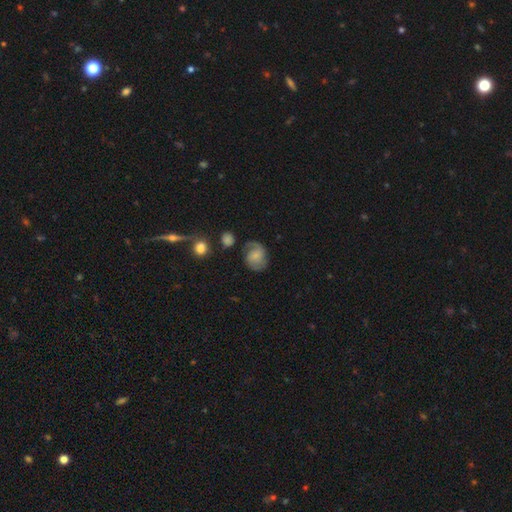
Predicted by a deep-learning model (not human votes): Overall: featured or disk (60%; smooth 31%). Edge-on disk: no (98%). Bar: no (55%; weak 37%). Spiral arms: yes (91%). Spiral arm count: 2 (69%). Spiral winding: medium (47%; tight 29%). Bulge size: small (58%; moderate 22%). Merging: none (64%).